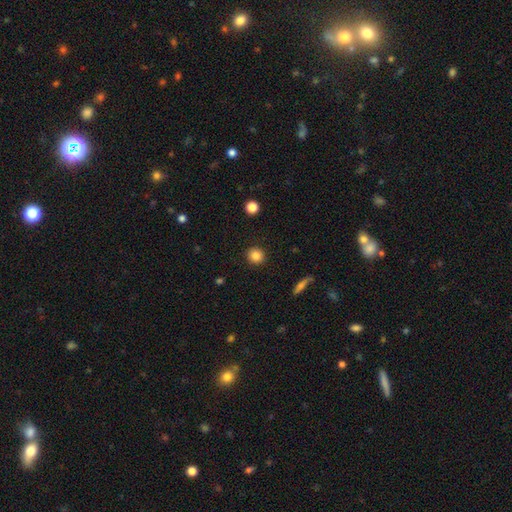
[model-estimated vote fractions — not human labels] smooth 85%, star or artifact 10%, featured or disk 5%. Down the decision tree: how rounded — round (90%); merging — none (92%).